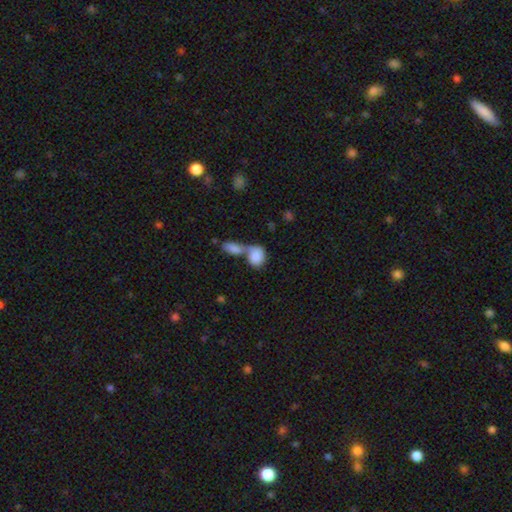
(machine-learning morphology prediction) Smooth or featured?
  - smooth: 85% *
  - featured or disk: 9%
  - star or artifact: 6%
How rounded?
  - in between: 62% *
  - round: 36%
  - cigar-shaped: 3%
Merging?
  - merger: 65% *
  - none: 23%
  - minor disturbance: 7%
  - major disturbance: 5%